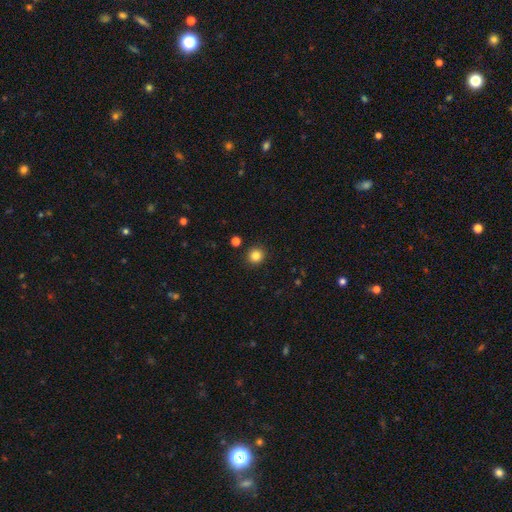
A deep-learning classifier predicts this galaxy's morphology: Smooth or featured? Predicted: smooth (p=0.84). How rounded? Predicted: round (p=0.90). Merging? Predicted: none (p=0.91).